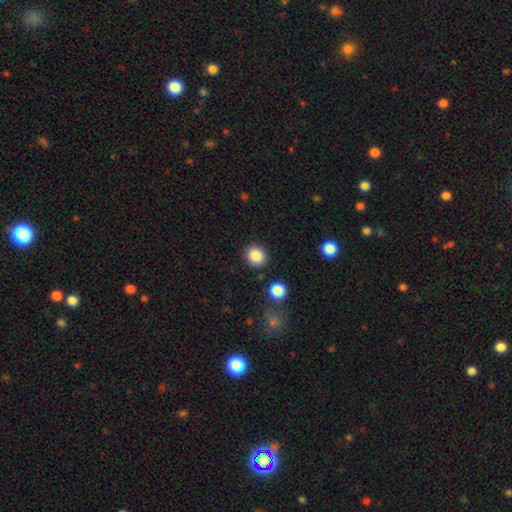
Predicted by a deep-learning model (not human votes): smooth-or-featured: smooth: 86% | star or artifact: 10% | featured or disk: 4%
  how-rounded: round: 82% | in between: 17% | cigar-shaped: 1%
  merging: none: 88% | minor disturbance: 6% | merger: 3% | major disturbance: 2%